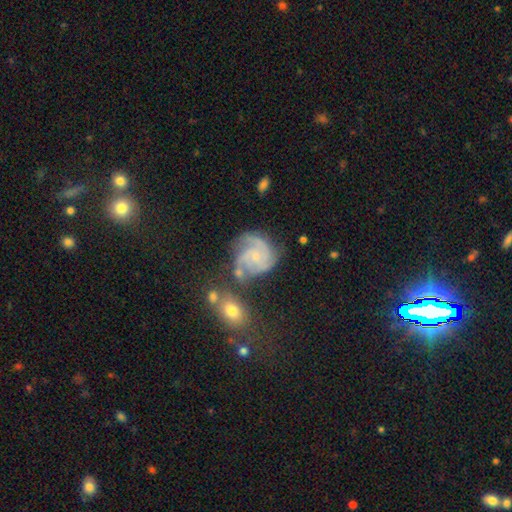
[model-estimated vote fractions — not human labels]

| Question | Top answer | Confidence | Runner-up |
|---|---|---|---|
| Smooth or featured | featured or disk | 85% | smooth (9%) |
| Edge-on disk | no | 98% | yes (2%) |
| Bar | no | 70% | weak (26%) |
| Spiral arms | yes | 97% | no (3%) |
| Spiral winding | tight | 49% | medium (41%) |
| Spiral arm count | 3 | 51% | 2 (19%) |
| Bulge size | small | 74% | moderate (20%) |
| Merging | none | 55% | minor disturbance (23%) |